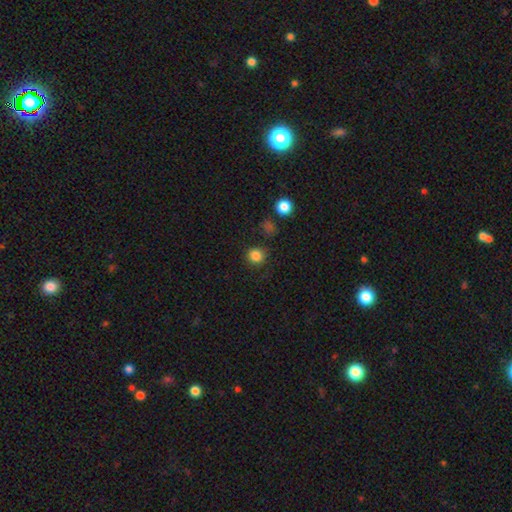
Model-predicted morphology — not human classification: smooth_or_featured: smooth (p=0.84) [alt: star or artifact p=0.12]
how_rounded: round (p=0.91) [alt: in between p=0.08]
merging: none (p=0.86) [alt: minor disturbance p=0.09]